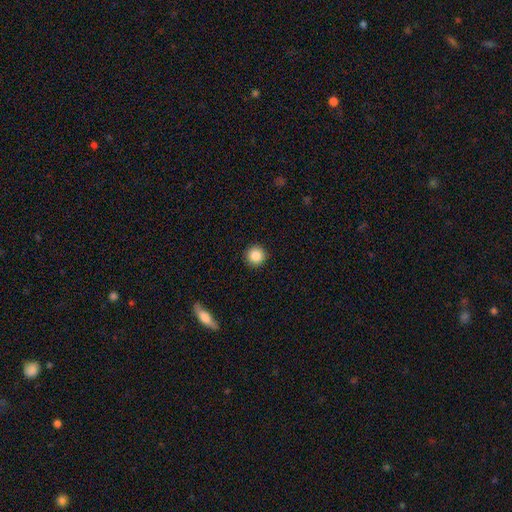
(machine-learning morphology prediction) Q: Smooth or featured?
A: smooth (86%); runner-up: star or artifact (9%)
Q: How rounded?
A: round (95%); runner-up: in between (4%)
Q: Merging?
A: none (92%); runner-up: minor disturbance (5%)